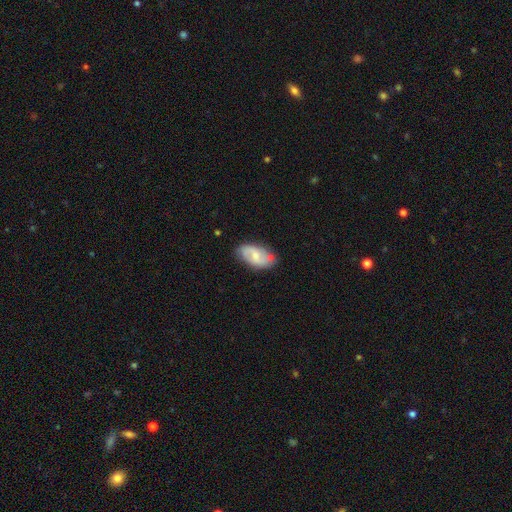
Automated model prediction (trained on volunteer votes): Smooth or featured? featured or disk (52%)
Edge-on disk? no (95%)
Merging? none (76%)